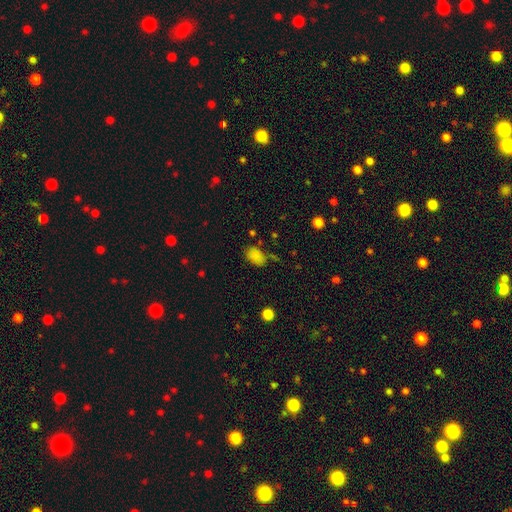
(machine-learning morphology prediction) A smooth galaxy with no disk features (83%) that is in between round and cigar-shaped (85%). Merging: none (66%).